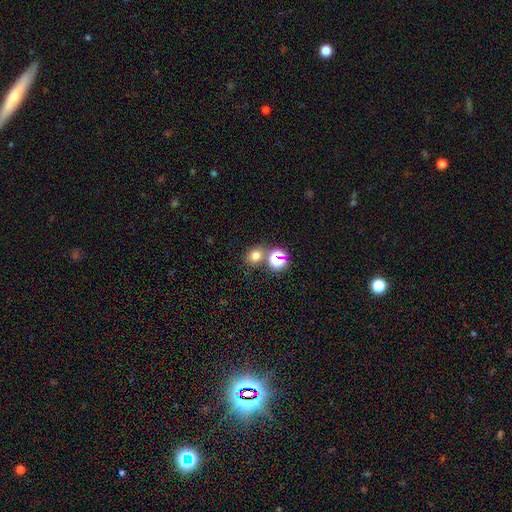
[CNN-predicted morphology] Smooth or featured?
  - smooth: 70% *
  - star or artifact: 22%
  - featured or disk: 8%
How rounded?
  - round: 72% *
  - in between: 27%
  - cigar-shaped: 1%
Merging?
  - none: 67% *
  - merger: 20%
  - minor disturbance: 9%
  - major disturbance: 4%